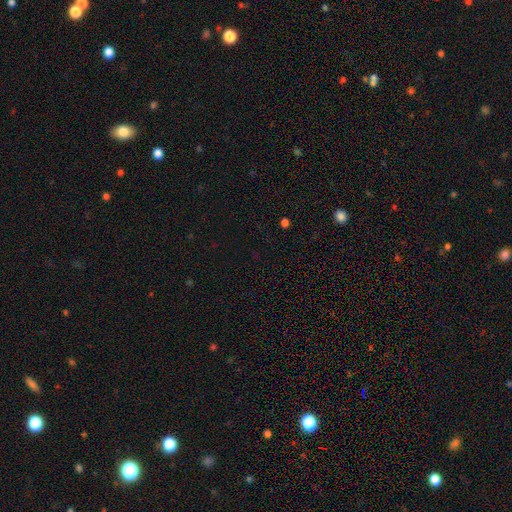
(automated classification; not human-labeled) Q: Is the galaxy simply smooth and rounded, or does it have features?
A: star or artifact — 68%.